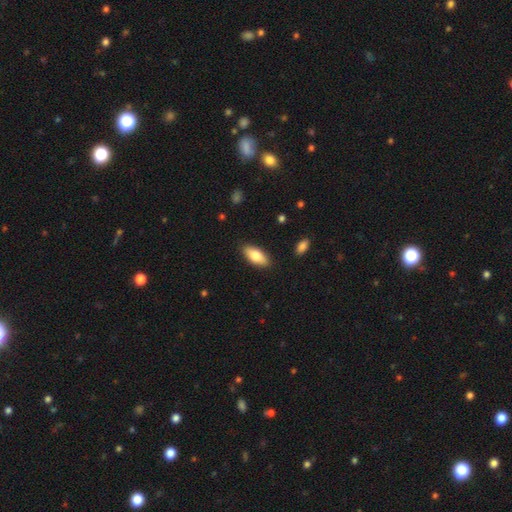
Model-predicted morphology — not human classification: smooth-or-featured: smooth: 79% | featured or disk: 14% | star or artifact: 6%
  how-rounded: in between: 82% | cigar-shaped: 16% | round: 2%
  merging: none: 87% | minor disturbance: 10% | major disturbance: 2% | merger: 1%